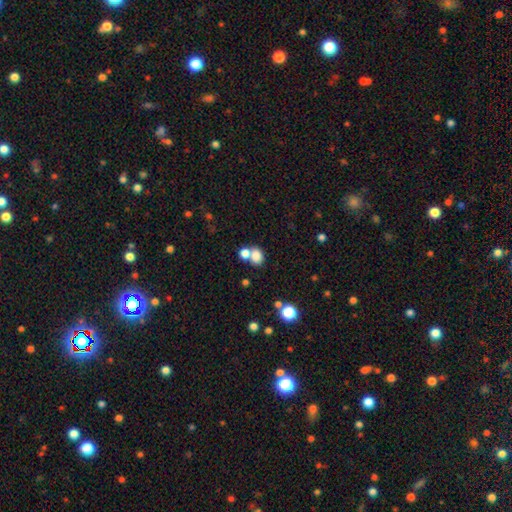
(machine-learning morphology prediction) Overall: smooth (79%). How rounded: round (55%; in between 44%). Merging: none (44%, tied with merger).